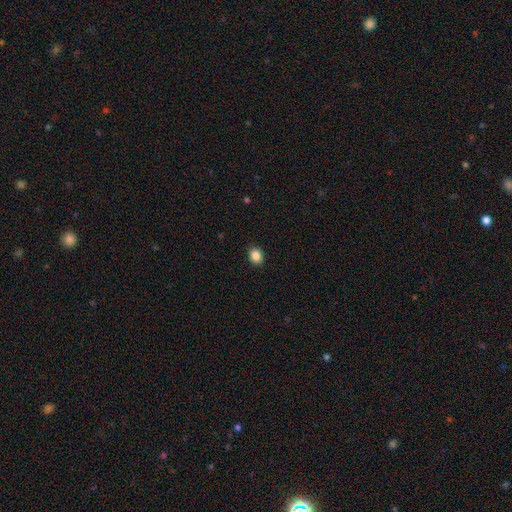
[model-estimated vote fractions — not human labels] A smooth galaxy with no disk features (86%) that is round (55%). Merging: none (90%).